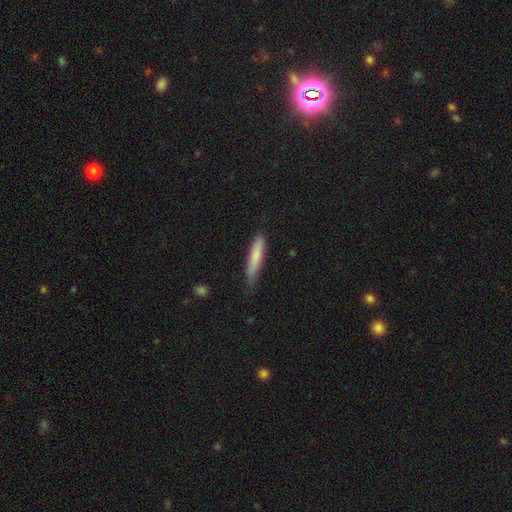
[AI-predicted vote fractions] smooth_or_featured: smooth (p=0.76) [alt: featured or disk p=0.18]
how_rounded: cigar-shaped (p=0.88) [alt: in between p=0.10]
merging: none (p=0.69) [alt: minor disturbance p=0.26]